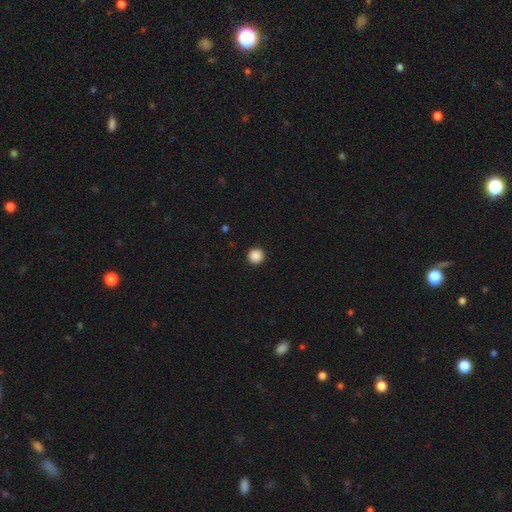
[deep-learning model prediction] A smooth galaxy with no disk features (88%) that is round (97%).

Vote fractions:
- Smooth or featured? smooth: 88% / star or artifact: 10% / featured or disk: 2%
- How rounded? round: 97% / in between: 2% / cigar-shaped: 1%
- Merging? none: 94% / minor disturbance: 4% / major disturbance: 1% / merger: 1%